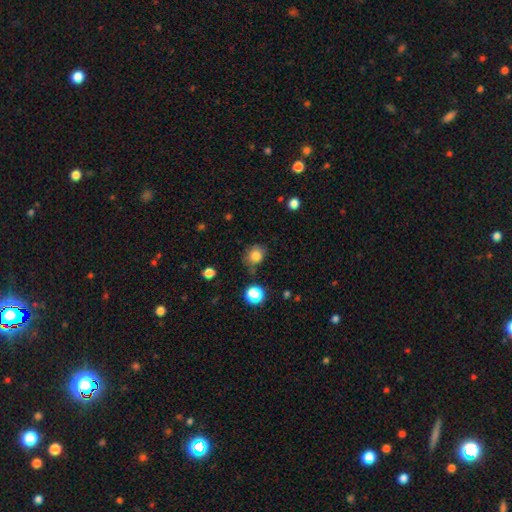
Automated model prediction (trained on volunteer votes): Morphology: type=smooth (82%); roundness=round (73%); merging=none (68%).